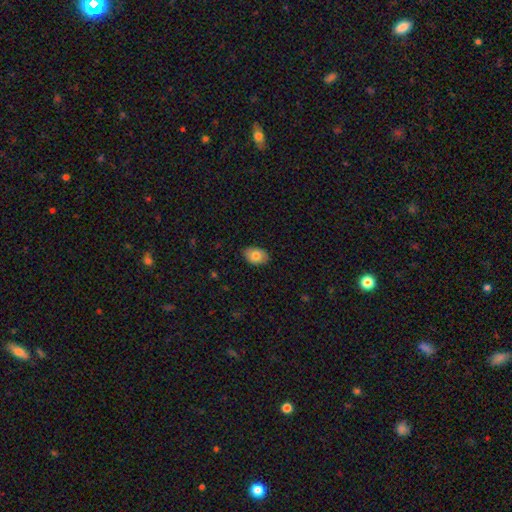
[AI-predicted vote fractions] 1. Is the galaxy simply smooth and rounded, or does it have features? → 80% smooth, 12% featured or disk, 7% star or artifact.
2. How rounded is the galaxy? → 84% in between, 15% round, 1% cigar-shaped.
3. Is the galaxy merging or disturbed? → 88% none, 10% minor disturbance, 2% major disturbance, 1% merger.